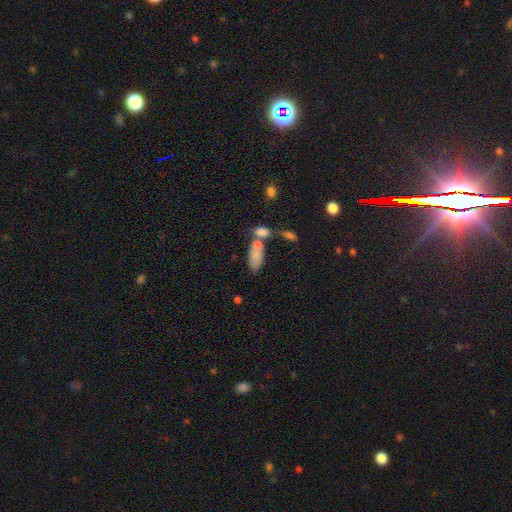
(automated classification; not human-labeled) Smooth or featured: smooth — 80% (featured or disk — 12%)
How rounded: in between — 88% (cigar-shaped — 9%)
Merging: merger — 40% (none — 38%)